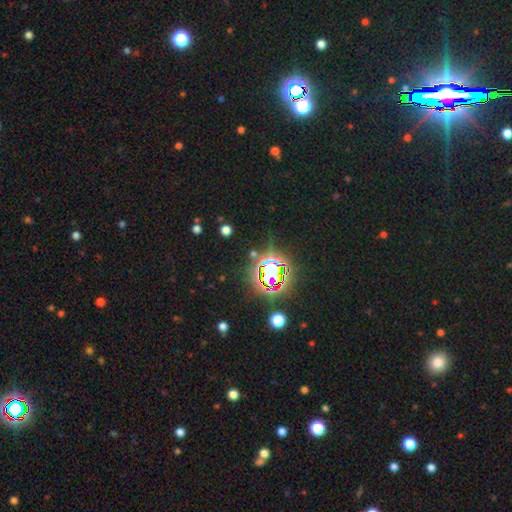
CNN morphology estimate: smooth-or-featured: star or artifact: 79% | smooth: 13% | featured or disk: 9%